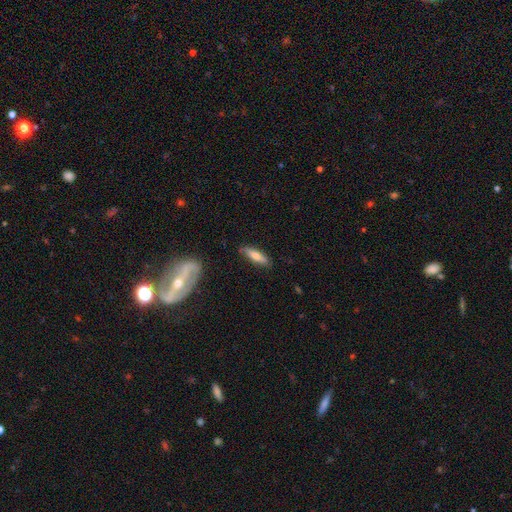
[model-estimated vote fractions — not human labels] This appears to be a smooth galaxy with no disk features (67%) that is cigar-shaped (63%). Merging: none (84%).